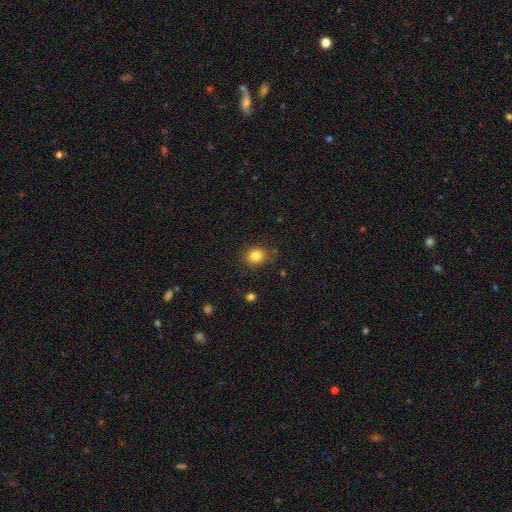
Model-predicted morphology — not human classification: Smooth or featured? Predicted: smooth (p=0.84). How rounded? Predicted: round (p=0.67). Merging? Predicted: none (p=0.84).